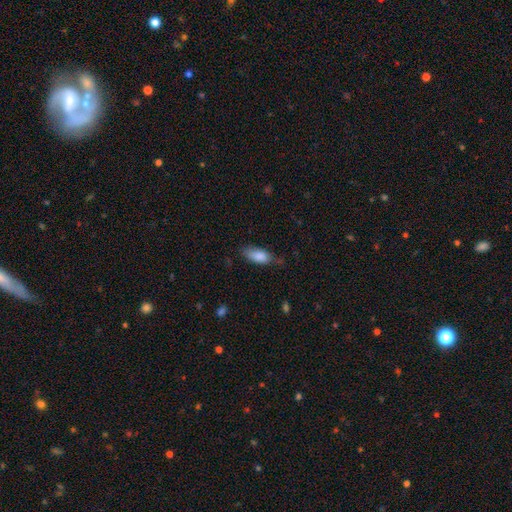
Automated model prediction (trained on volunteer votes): A smooth galaxy with no disk features (84%) that is in between round and cigar-shaped (83%). Merging: none (66%).